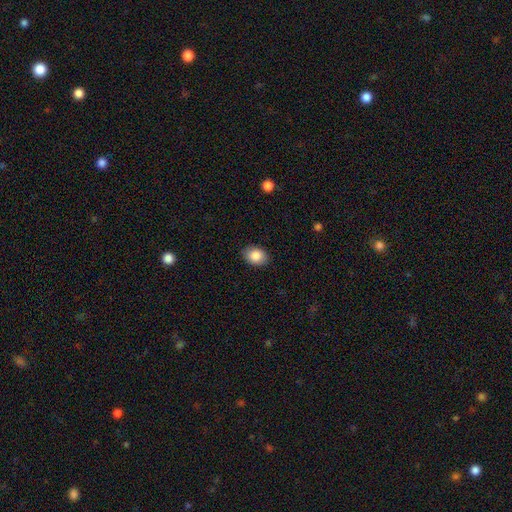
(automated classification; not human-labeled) Smooth or featured? Predicted: smooth (p=0.86). How rounded? Predicted: in between (p=0.73). Merging? Predicted: none (p=0.88).